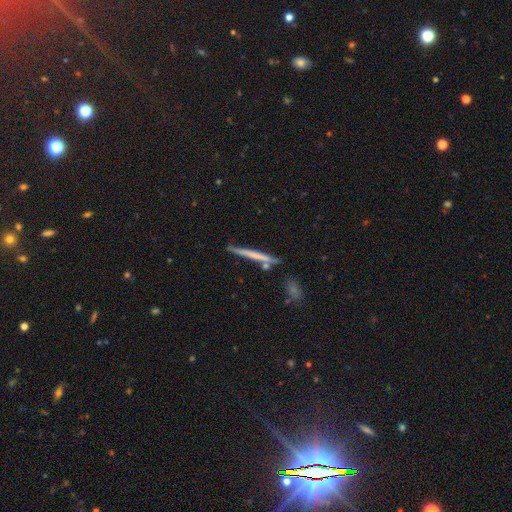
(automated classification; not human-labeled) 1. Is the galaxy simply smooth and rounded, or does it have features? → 50% smooth, 44% featured or disk, 6% star or artifact.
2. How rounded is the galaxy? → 96% cigar-shaped, 2% in between, 2% round.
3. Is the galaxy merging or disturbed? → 81% none, 11% minor disturbance, 6% merger, 2% major disturbance.